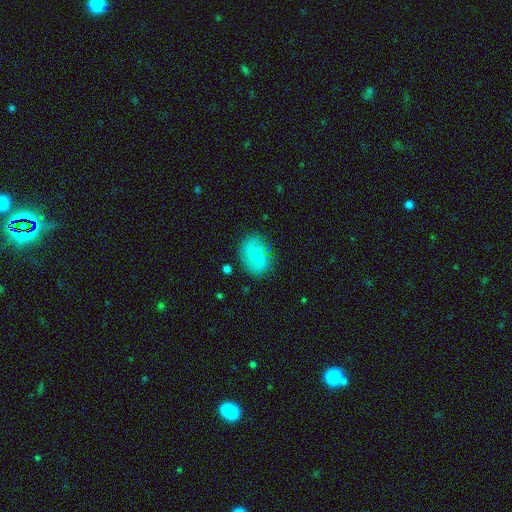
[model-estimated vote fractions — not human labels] Morphology: type=smooth (73%); roundness=in between (77%); merging=none (77%).